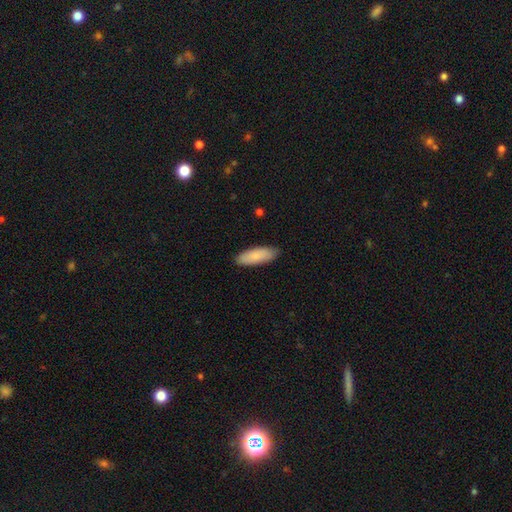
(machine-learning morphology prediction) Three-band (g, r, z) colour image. It shows a smooth galaxy with no disk features (84%) that is in between round and cigar-shaped (67%). Merging: none (87%).